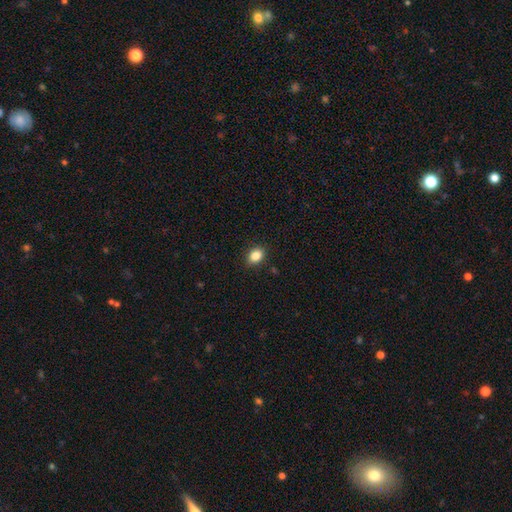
Overall: smooth (87%). How rounded: in between (61%; round 39%). Merging: none (91%).